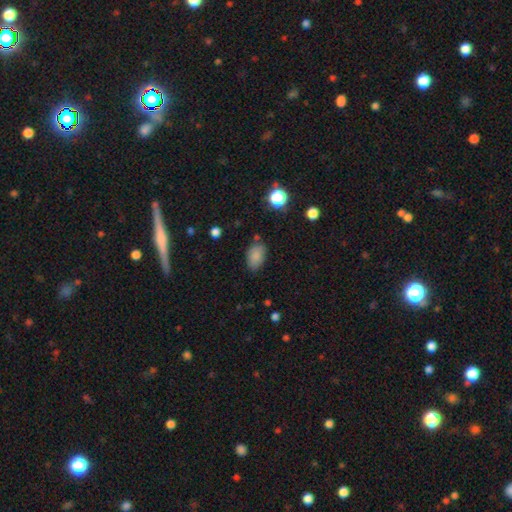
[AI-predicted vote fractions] The model was most divided on "merging": none: 74%, minor disturbance: 18%, major disturbance: 5%, merger: 4%. More confident: how rounded — in between (89%); smooth or featured — smooth (84%).